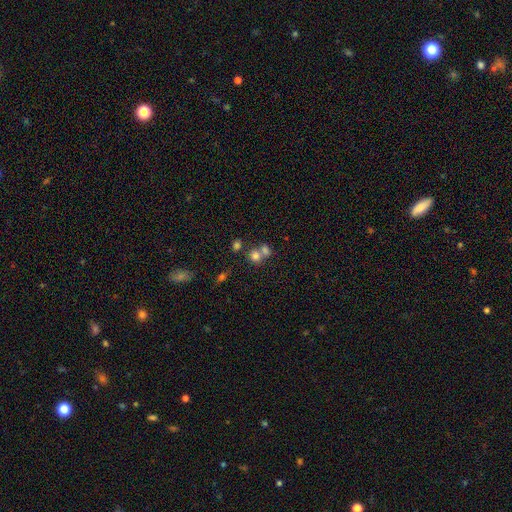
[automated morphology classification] smooth-or-featured: smooth: 74% | star or artifact: 14% | featured or disk: 12%
  how-rounded: round: 79% | in between: 20% | cigar-shaped: 1%
  merging: merger: 50% | none: 40% | minor disturbance: 7% | major disturbance: 3%